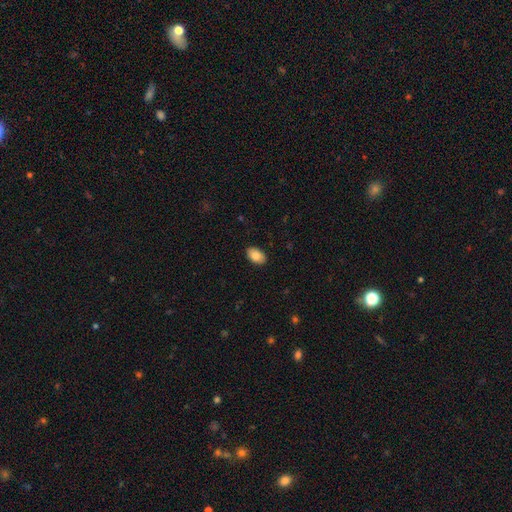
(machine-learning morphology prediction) Smooth or featured: smooth — 82% (featured or disk — 11%)
How rounded: in between — 90% (round — 8%)
Merging: none — 89% (minor disturbance — 8%)